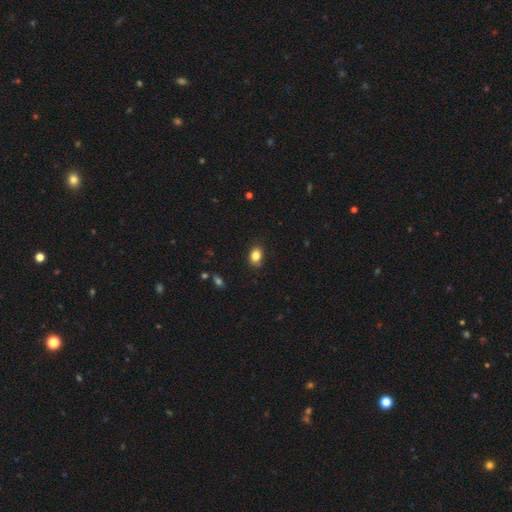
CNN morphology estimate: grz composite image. It shows a smooth galaxy with no disk features (84%) that is in between round and cigar-shaped (73%). Merging: none (82%).